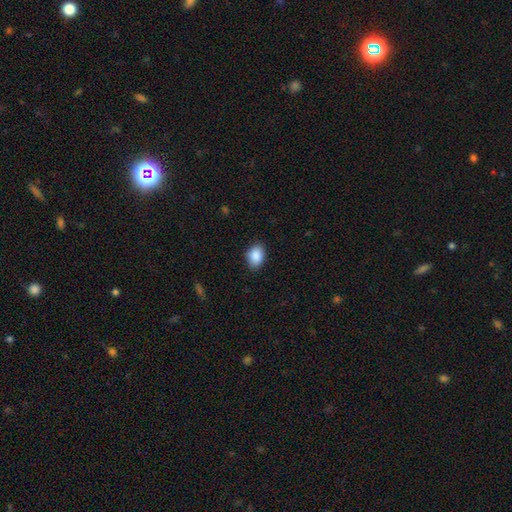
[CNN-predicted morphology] smooth 89%, star or artifact 7%, featured or disk 4%. Down the decision tree: how rounded — in between (78%); merging — none (86%).